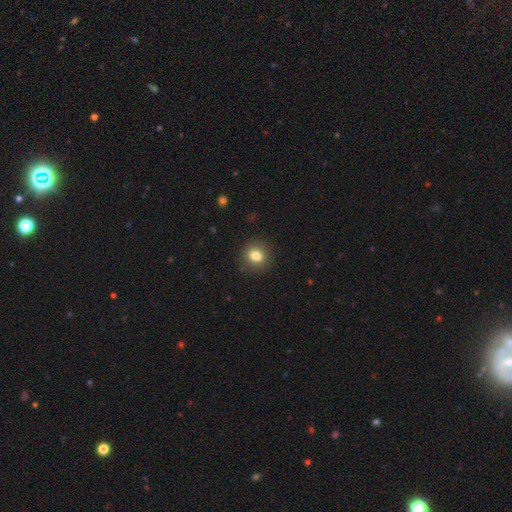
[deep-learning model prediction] A smooth galaxy with no disk features (82%) that is round (79%). Merging: none (89%).